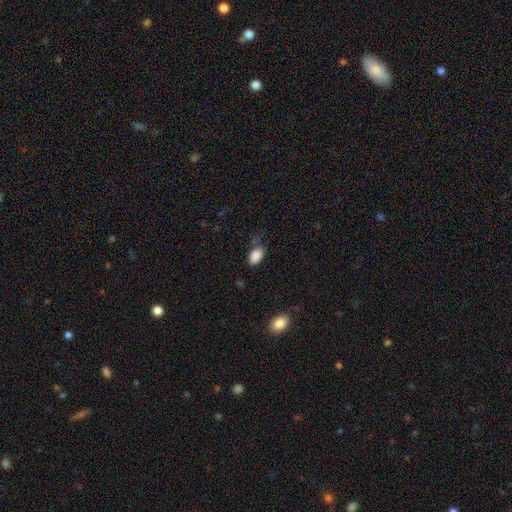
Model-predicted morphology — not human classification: Overall: smooth (87%). How rounded: in between (92%). Merging: none (59%; minor disturbance 28%).